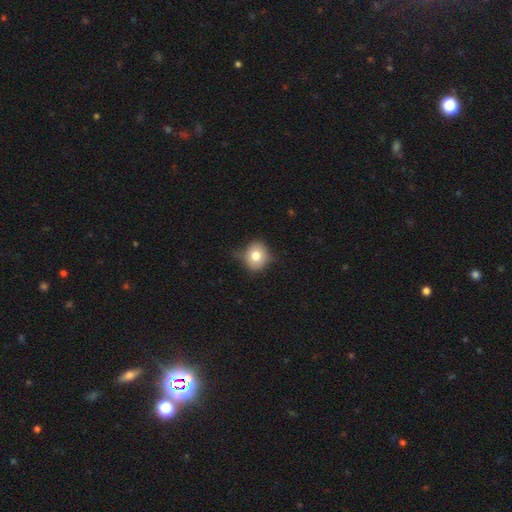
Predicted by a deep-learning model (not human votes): A smooth galaxy with no disk features (76%) that is round (78%). Merging: none (61%).